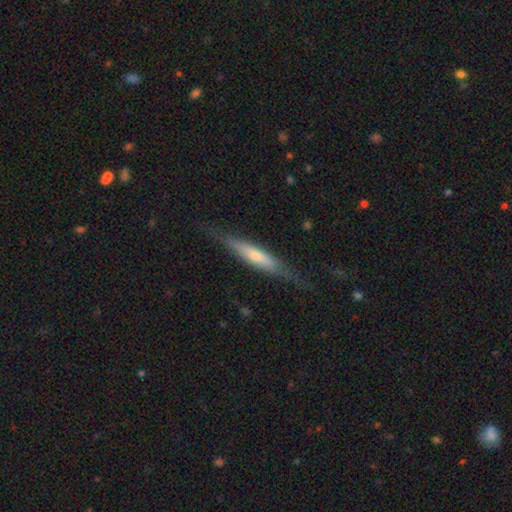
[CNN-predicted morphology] Q: Smooth or featured?
A: featured or disk (56%); runner-up: smooth (38%)
Q: Edge-on disk?
A: yes (88%); runner-up: no (12%)
Q: Merging?
A: none (76%); runner-up: minor disturbance (17%)